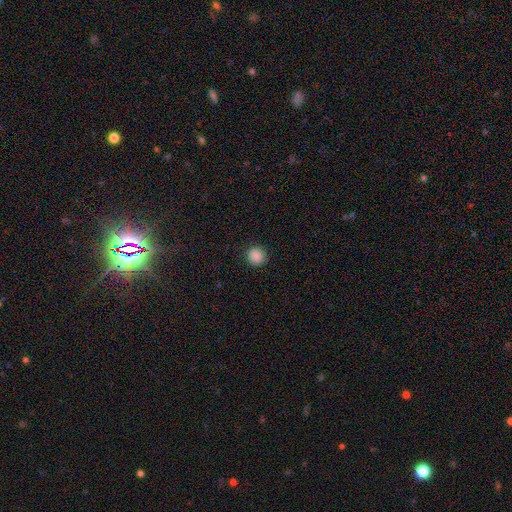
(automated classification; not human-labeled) This appears to be a smooth galaxy with no disk features (88%) that is round (94%). Merging: none (91%).